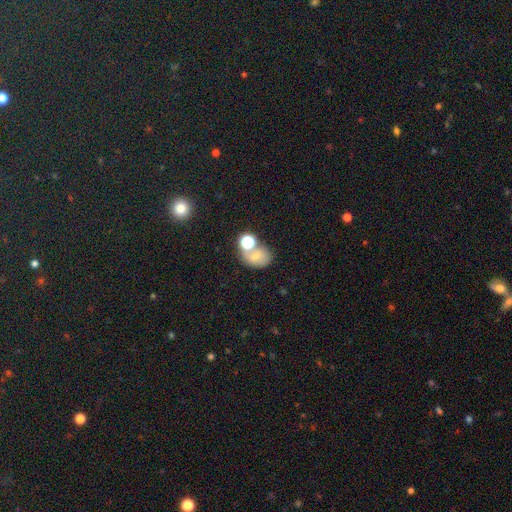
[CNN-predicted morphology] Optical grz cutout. It shows a smooth galaxy with no disk features (61%) that is in between round and cigar-shaped (56%). Merging: none (41%).